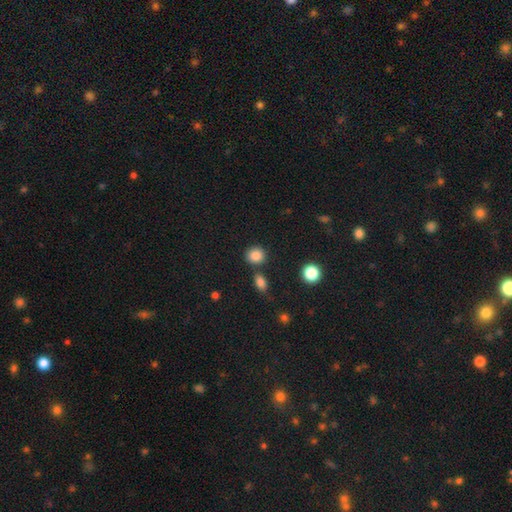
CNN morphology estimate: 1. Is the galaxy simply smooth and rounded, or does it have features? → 85% smooth, 10% star or artifact, 5% featured or disk.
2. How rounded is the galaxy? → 82% round, 17% in between, 1% cigar-shaped.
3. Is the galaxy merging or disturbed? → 79% none, 9% merger, 9% minor disturbance, 3% major disturbance.